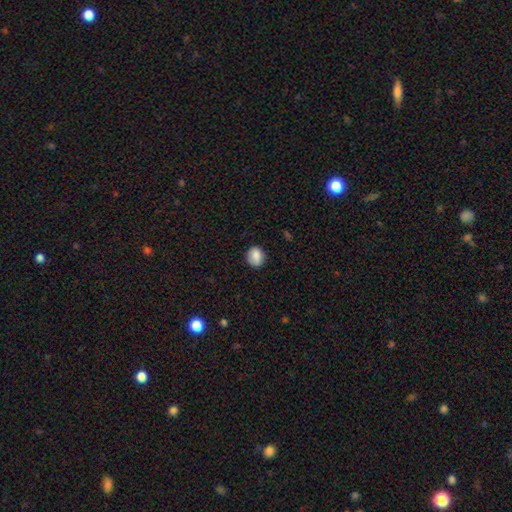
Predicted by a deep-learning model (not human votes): This appears to be a smooth galaxy with no disk features (86%) that is round (69%). Merging: none (81%).